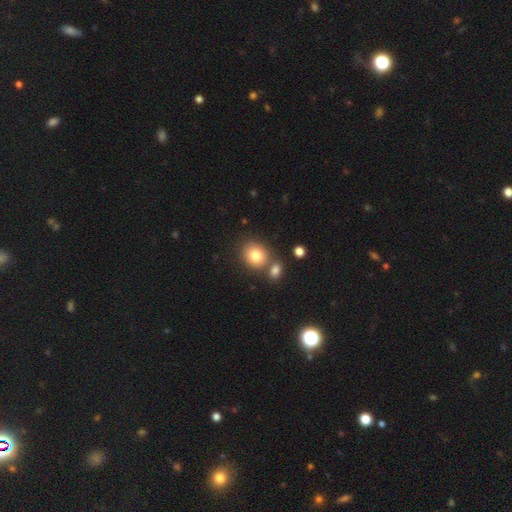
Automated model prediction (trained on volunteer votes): smooth 80%, featured or disk 10%, star or artifact 10%. Down the decision tree: how rounded — round (70%); merging — none (63%).